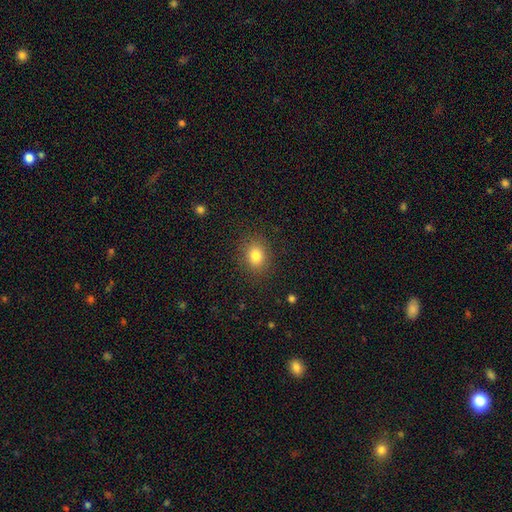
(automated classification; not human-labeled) smooth_or_featured: smooth (p=0.82) [alt: star or artifact p=0.11]
how_rounded: round (p=0.61) [alt: in between p=0.38]
merging: none (p=0.87) [alt: minor disturbance p=0.09]